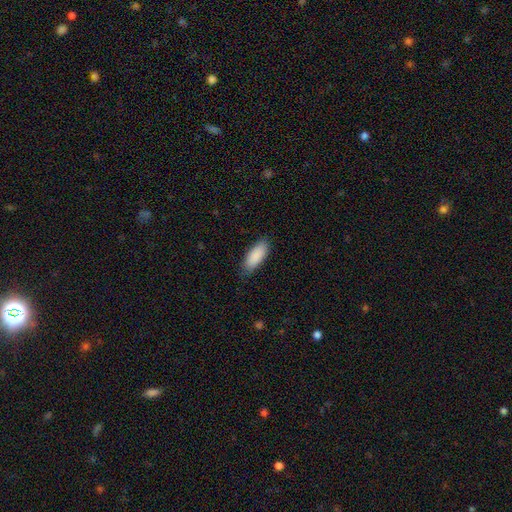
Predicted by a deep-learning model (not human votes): A smooth galaxy with no disk features (90%) that is in between round and cigar-shaped (80%).

Vote fractions:
- Smooth or featured? smooth: 90% / star or artifact: 6% / featured or disk: 4%
- How rounded? in between: 80% / cigar-shaped: 18% / round: 2%
- Merging? none: 81% / minor disturbance: 16% / major disturbance: 3% / merger: 1%